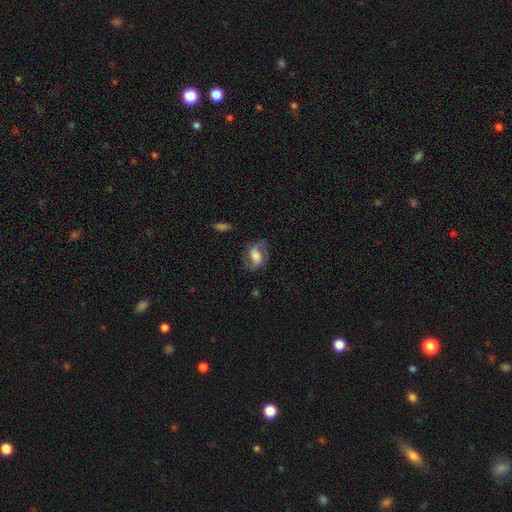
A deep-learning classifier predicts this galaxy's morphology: smooth-or-featured: featured or disk: 57% | smooth: 35% | star or artifact: 8%
  disk-edge-on: no: 96% | yes: 4%
    bar: weak: 42% | no: 34% | strong: 24%
    has-spiral-arms: yes: 86% | no: 14%
    bulge-size: large: 40% | moderate: 27% | small: 14% | none: 13% | dominant: 7%
  merging: none: 67% | minor disturbance: 20% | major disturbance: 11% | merger: 2%